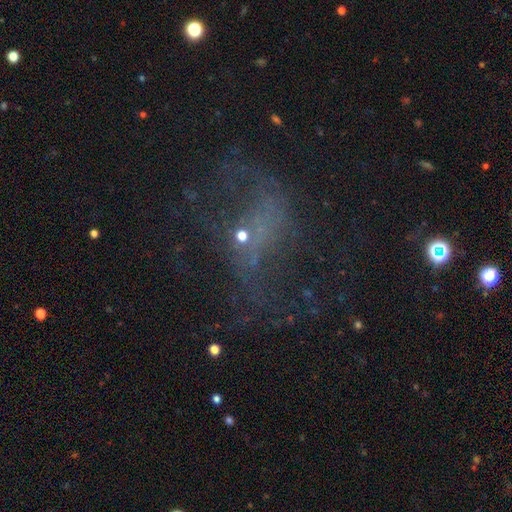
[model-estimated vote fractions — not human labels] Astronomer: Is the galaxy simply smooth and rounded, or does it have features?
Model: featured or disk — 57%.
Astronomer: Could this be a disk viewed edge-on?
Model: no — 95%.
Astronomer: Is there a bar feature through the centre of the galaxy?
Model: no — 68%.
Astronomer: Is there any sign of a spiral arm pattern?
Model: no — 52% (runner-up: yes, 48%).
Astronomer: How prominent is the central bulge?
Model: small — 59%.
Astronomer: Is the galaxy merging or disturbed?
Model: none — 44% (runner-up: major disturbance, 35%).